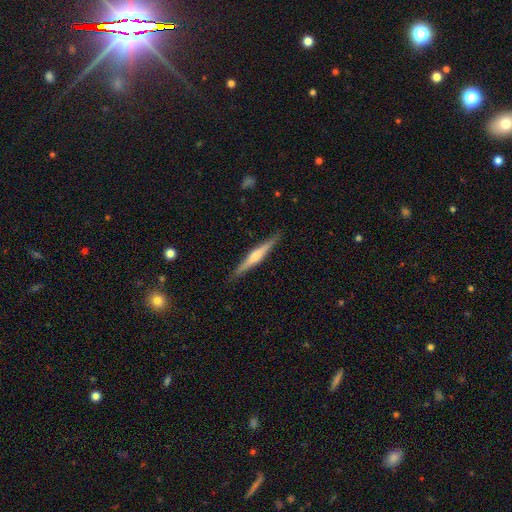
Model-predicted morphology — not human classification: smooth_or_featured: featured or disk (p=0.66) [alt: smooth p=0.29]
disk_edge_on: yes (p=0.98) [alt: no p=0.02]
edge_on_bulge: rounded (p=0.75) [alt: boxy p=0.13]
merging: none (p=0.91) [alt: minor disturbance p=0.07]